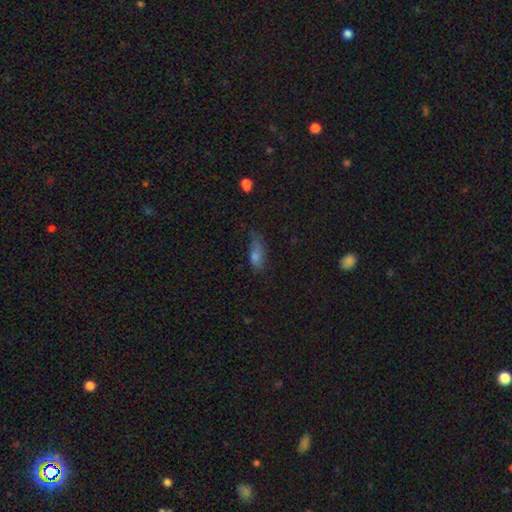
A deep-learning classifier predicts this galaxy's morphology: smooth 70%, featured or disk 17%, star or artifact 13%. Down the decision tree: how rounded — in between (74%); merging — none (51%).